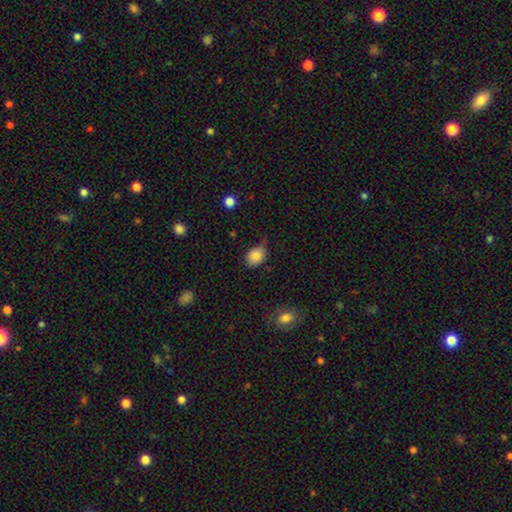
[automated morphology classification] Overall: smooth (84%). How rounded: in between (64%; round 35%). Merging: none (52%; minor disturbance 37%).